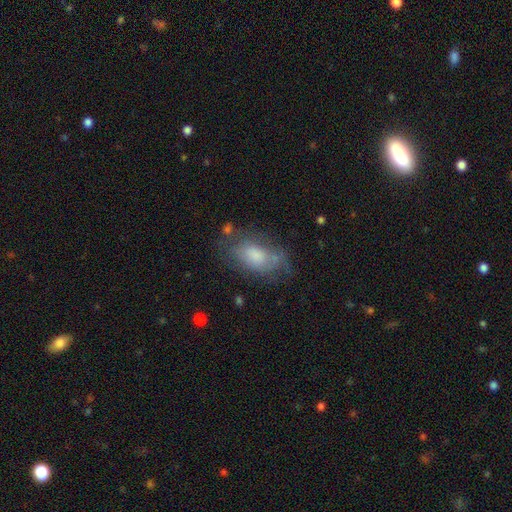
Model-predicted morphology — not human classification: smooth 63%, featured or disk 29%, star or artifact 8%. Down the decision tree: how rounded — in between (91%); merging — none (53%).